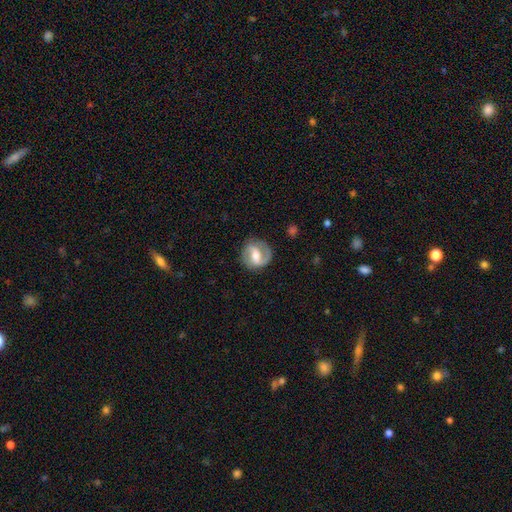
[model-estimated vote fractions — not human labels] smooth_or_featured: featured or disk (p=0.77) [alt: smooth p=0.18]
disk_edge_on: no (p=0.97) [alt: yes p=0.03]
bar: weak (p=0.43) [alt: strong p=0.40]
has_spiral_arms: yes (p=0.90) [alt: no p=0.10]
spiral_winding: medium (p=0.47) [alt: tight p=0.29]
spiral_arm_count: 2 (p=0.84) [alt: 1 p=0.08]
bulge_size: moderate (p=0.64) [alt: small p=0.21]
merging: none (p=0.81) [alt: minor disturbance p=0.13]